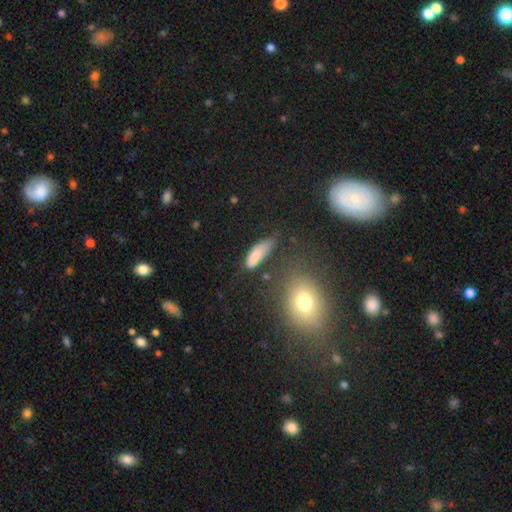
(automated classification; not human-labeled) Overall: smooth (79%). How rounded: in between (52%; cigar-shaped 45%). Merging: none (45%; minor disturbance 33%).